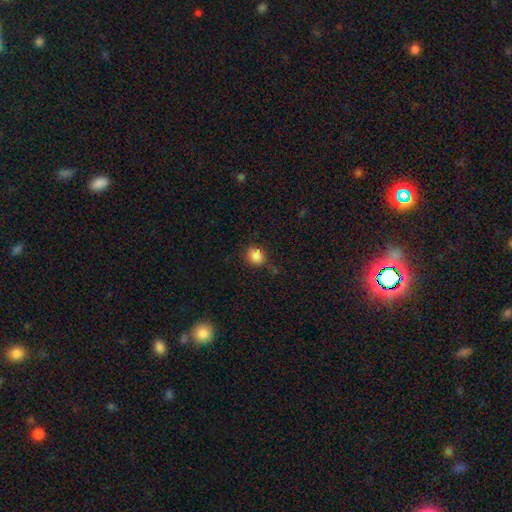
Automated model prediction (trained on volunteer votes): Q: Smooth or featured?
A: smooth (85%); runner-up: star or artifact (11%)
Q: How rounded?
A: round (73%); runner-up: in between (26%)
Q: Merging?
A: none (72%); runner-up: minor disturbance (19%)